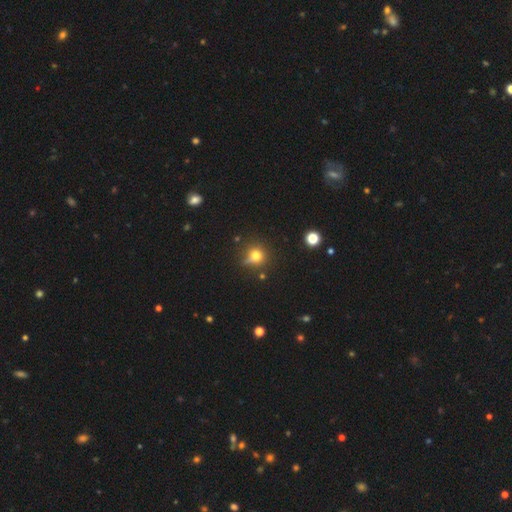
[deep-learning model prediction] Morphology: type=smooth (73%); roundness=round (90%); merging=none (68%).